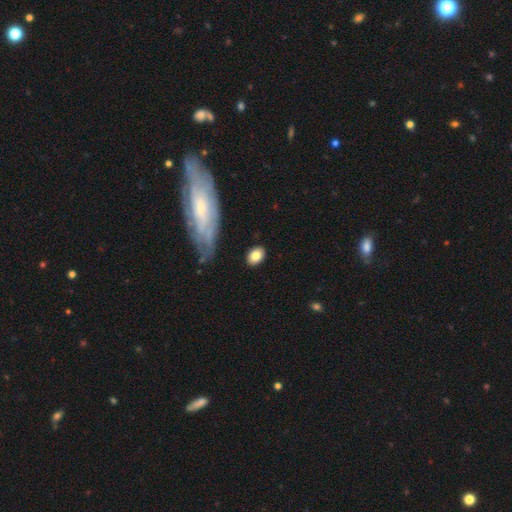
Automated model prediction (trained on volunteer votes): This is clearly a smooth galaxy (81%). How rounded: likely in between (76%). Merging: clearly none (84%).